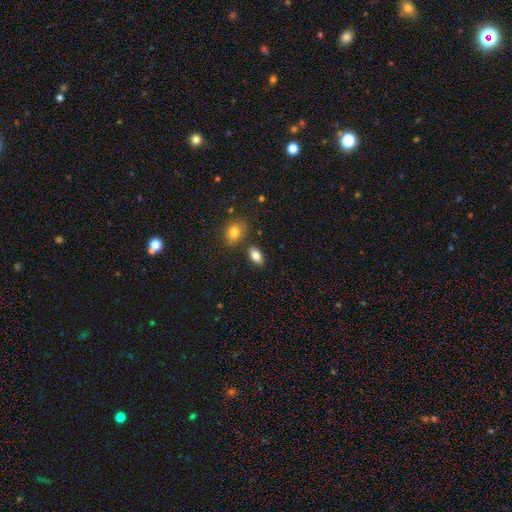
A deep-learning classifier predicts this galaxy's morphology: smooth 81%, featured or disk 11%, star or artifact 8%. Down the decision tree: how rounded — in between (90%); merging — none (79%).